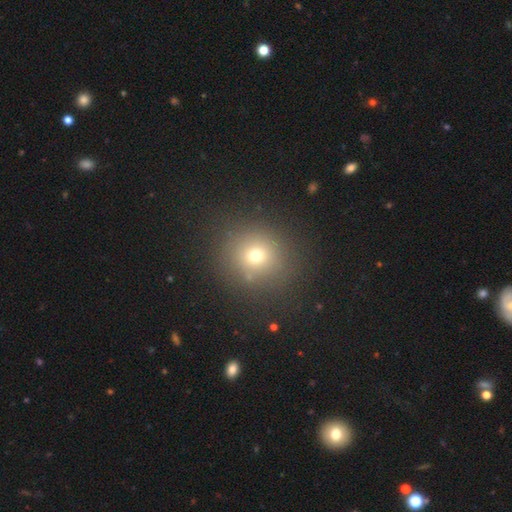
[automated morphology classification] smooth 68%, star or artifact 21%, featured or disk 11%. Down the decision tree: how rounded — round (89%); merging — none (85%).